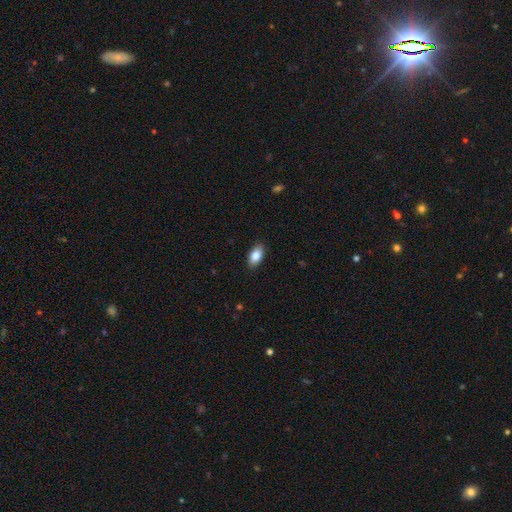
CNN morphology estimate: smooth-or-featured: smooth: 85% | featured or disk: 8% | star or artifact: 7%
  how-rounded: in between: 92% | round: 5% | cigar-shaped: 3%
  merging: none: 88% | minor disturbance: 9% | major disturbance: 2% | merger: 1%